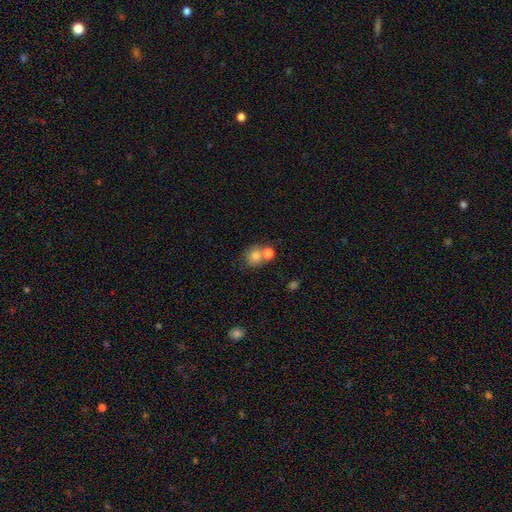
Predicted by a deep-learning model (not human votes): smooth-or-featured: smooth: 79% | featured or disk: 11% | star or artifact: 10%
  how-rounded: round: 75% | in between: 24% | cigar-shaped: 1%
  merging: none: 44% | merger: 41% | minor disturbance: 10% | major disturbance: 5%